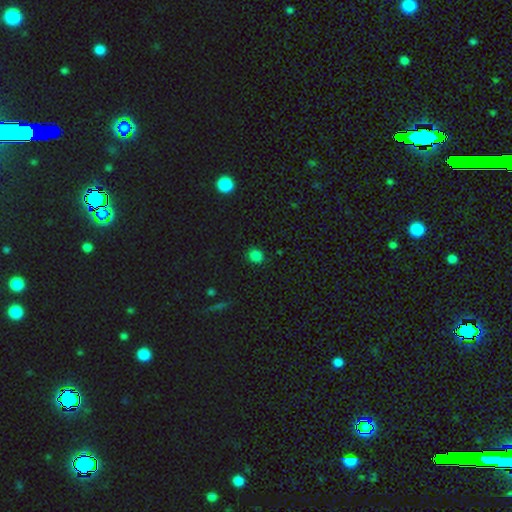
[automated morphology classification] This appears to be a smooth galaxy with no disk features (82%) that is round (80%). Merging: none (89%).